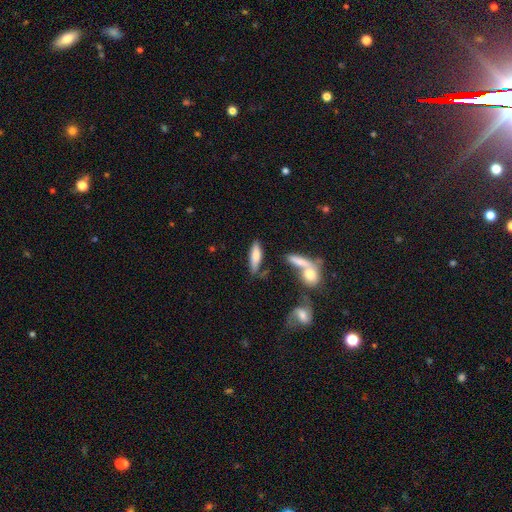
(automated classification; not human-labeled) A smooth galaxy with no disk features (74%) that is cigar-shaped (53%). Merging: none (67%).